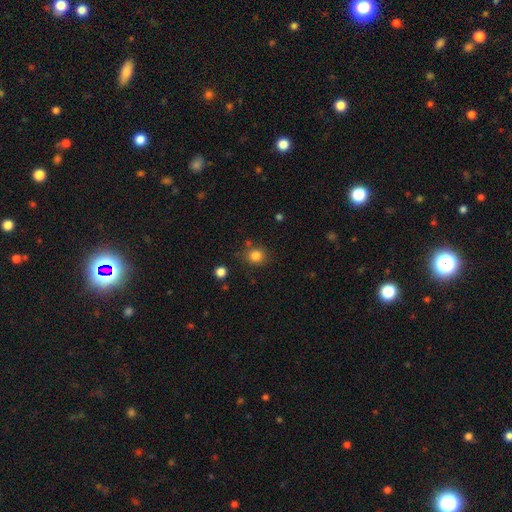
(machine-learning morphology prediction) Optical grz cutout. It shows a smooth galaxy with no disk features (83%) that is round (80%). Merging: none (80%).